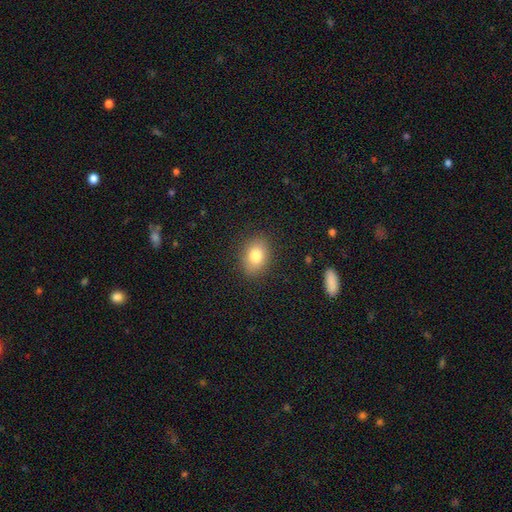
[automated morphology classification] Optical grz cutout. It shows a smooth galaxy with no disk features (81%) that is in between round and cigar-shaped (74%). Merging: none (88%).